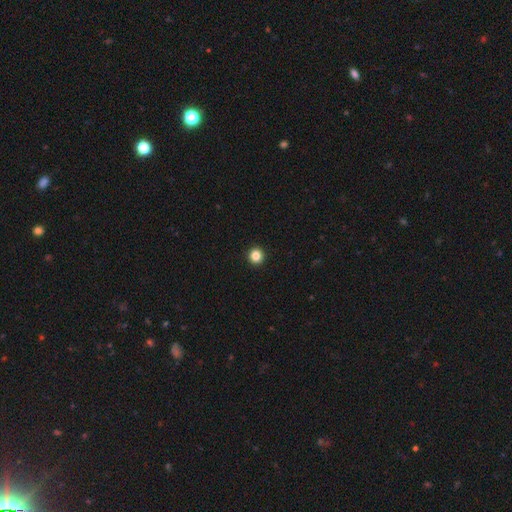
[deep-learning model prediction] Smooth or featured? Predicted: smooth (p=0.85). How rounded? Predicted: round (p=0.94). Merging? Predicted: none (p=0.94).